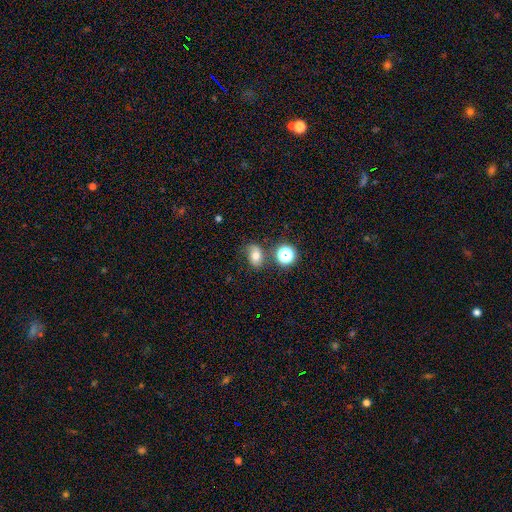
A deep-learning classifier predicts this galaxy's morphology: Smooth or featured? Predicted: smooth (p=0.66). How rounded? Predicted: in between (p=0.71). Merging? Predicted: none (p=0.64).